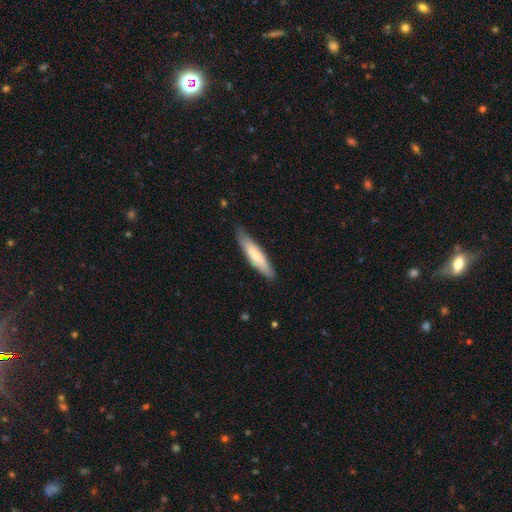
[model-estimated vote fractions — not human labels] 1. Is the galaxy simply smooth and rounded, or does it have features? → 73% smooth, 22% featured or disk, 5% star or artifact.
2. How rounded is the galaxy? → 82% cigar-shaped, 17% in between, 1% round.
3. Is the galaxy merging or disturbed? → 83% none, 14% minor disturbance, 2% major disturbance, 1% merger.